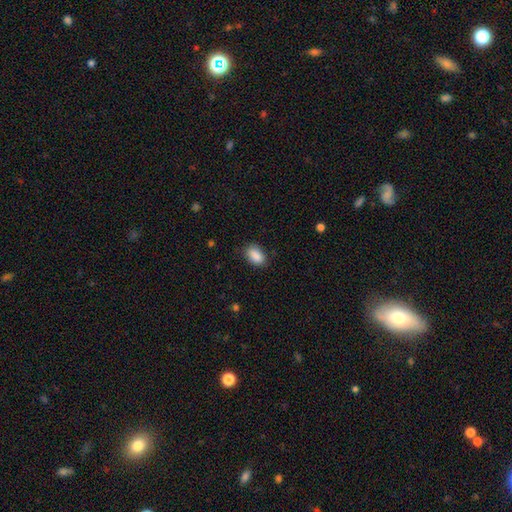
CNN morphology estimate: Smooth or featured? smooth (89%)
How rounded? in between (90%)
Merging? none (81%)